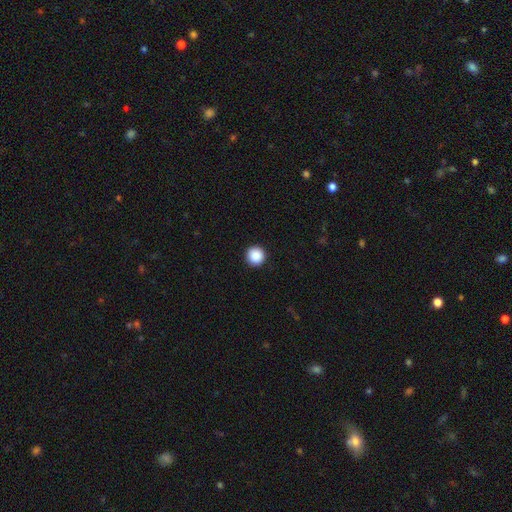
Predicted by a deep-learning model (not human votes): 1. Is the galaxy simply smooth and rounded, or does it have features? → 89% smooth, 9% star or artifact, 3% featured or disk.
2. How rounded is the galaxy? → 97% round, 3% in between, 1% cigar-shaped.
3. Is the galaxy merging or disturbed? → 93% none, 4% minor disturbance, 1% major disturbance, 1% merger.